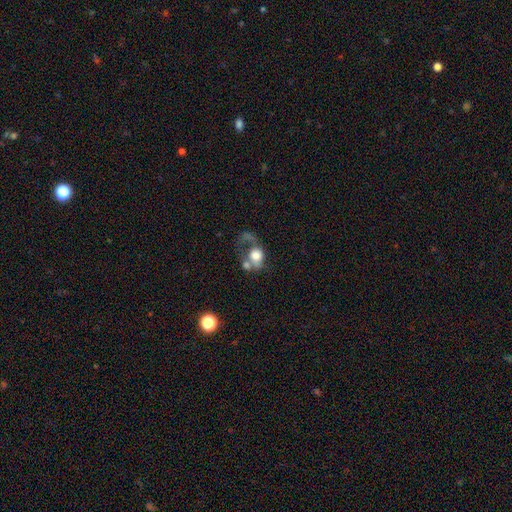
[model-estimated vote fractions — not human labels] Smooth or featured?
  - smooth: 62% *
  - featured or disk: 28%
  - star or artifact: 10%
How rounded?
  - round: 56% *
  - in between: 43%
  - cigar-shaped: 1%
Merging?
  - merger: 40% *
  - major disturbance: 28%
  - none: 20%
  - minor disturbance: 12%